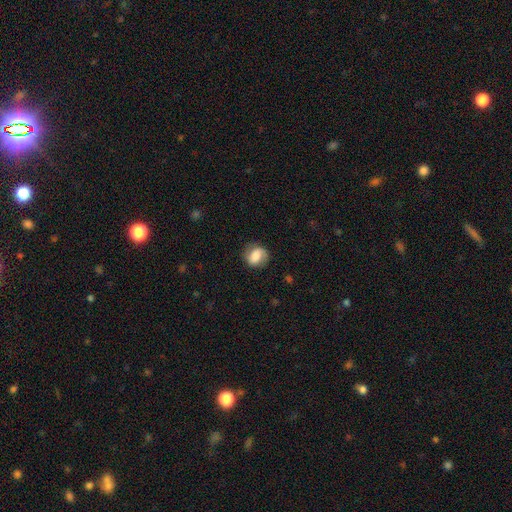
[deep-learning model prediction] smooth 65%, featured or disk 27%, star or artifact 8%. Down the decision tree: how rounded — round (61%); merging — none (75%).